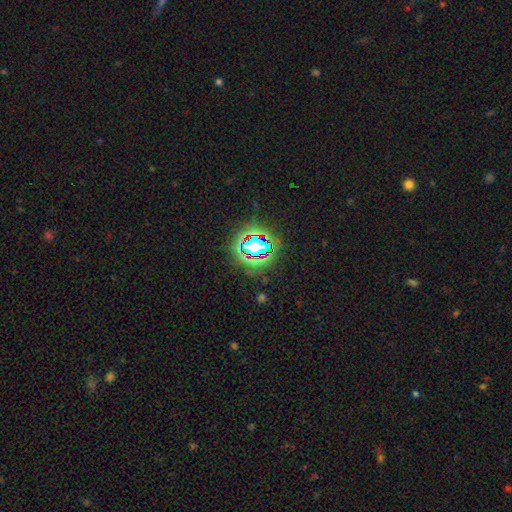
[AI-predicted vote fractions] Smooth or featured: star or artifact — 67% (smooth — 21%)